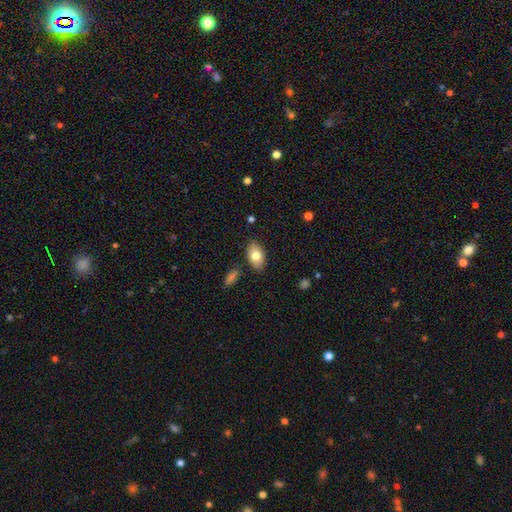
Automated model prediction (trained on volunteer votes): Smooth or featured? smooth (77%)
How rounded? in between (91%)
Merging? none (83%)